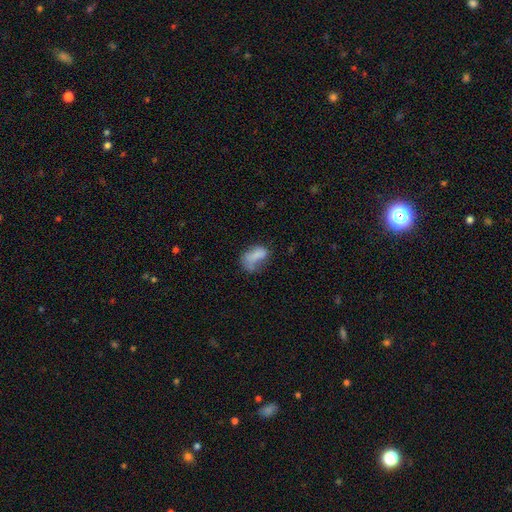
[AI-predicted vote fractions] Smooth or featured? Predicted: smooth (p=0.70). How rounded? Predicted: in between (p=0.87). Merging? Predicted: major disturbance (p=0.34).